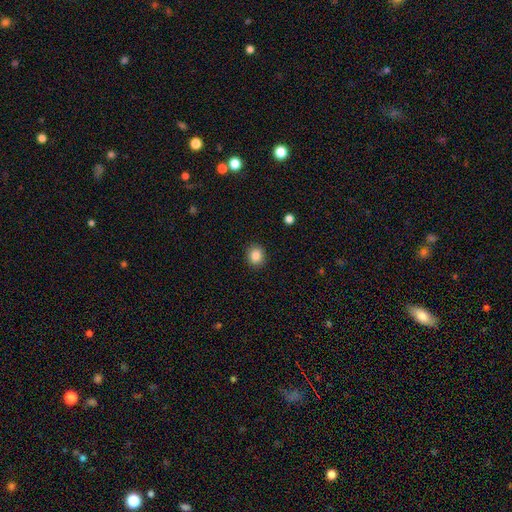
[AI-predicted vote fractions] A smooth galaxy with no disk features (86%) that is round (76%).

Vote fractions:
- Smooth or featured? smooth: 86% / star or artifact: 9% / featured or disk: 5%
- How rounded? round: 76% / in between: 23% / cigar-shaped: 1%
- Merging? none: 90% / minor disturbance: 7% / major disturbance: 2% / merger: 1%